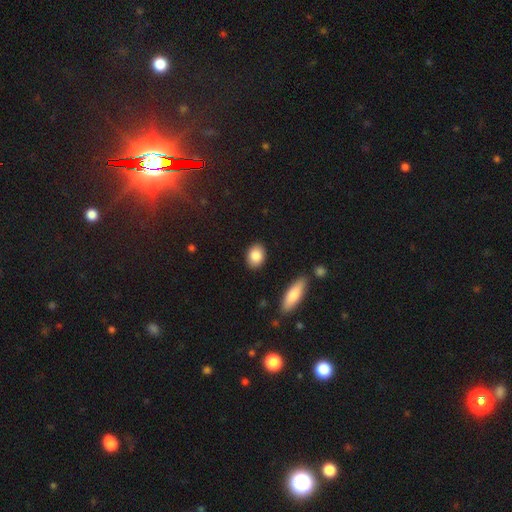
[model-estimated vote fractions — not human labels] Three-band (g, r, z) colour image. It shows a smooth galaxy with no disk features (85%) that is in between round and cigar-shaped (72%). Merging: none (88%).